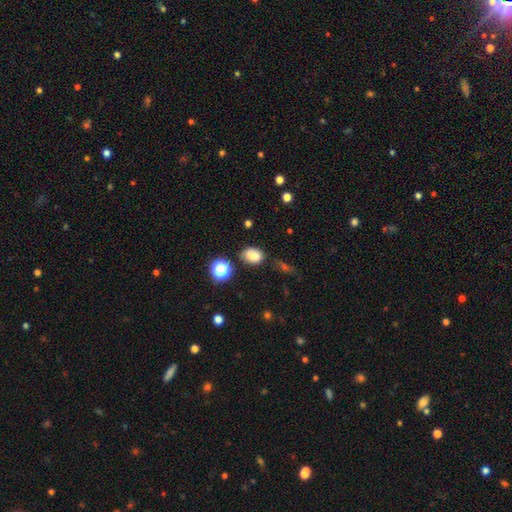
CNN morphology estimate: Overall: smooth (79%). How rounded: in between (75%). Merging: none (75%).